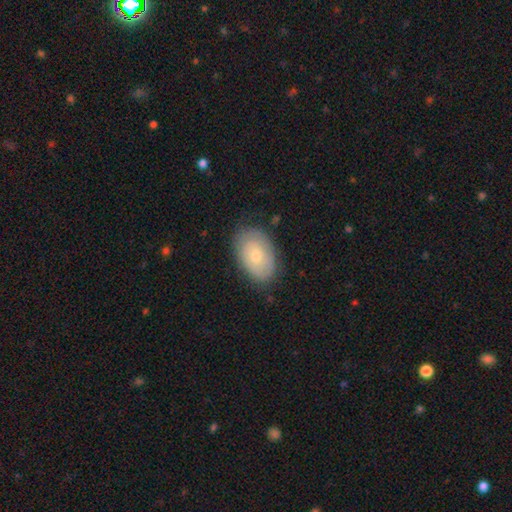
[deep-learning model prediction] Smooth or featured? smooth (54%)
How rounded? in between (89%)
Merging? none (79%)